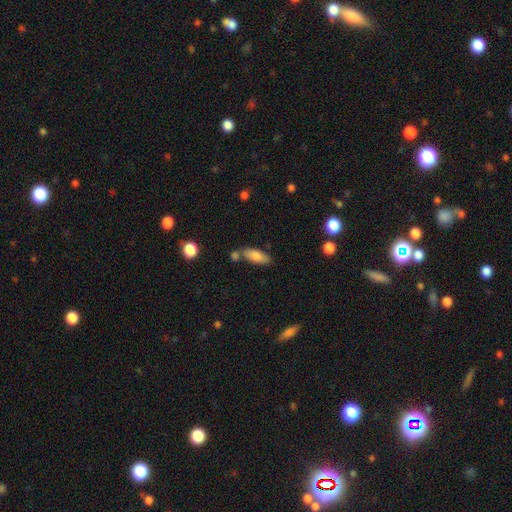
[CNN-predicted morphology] smooth-or-featured: smooth: 80% | featured or disk: 13% | star or artifact: 7%
  how-rounded: in between: 76% | cigar-shaped: 22% | round: 2%
  merging: none: 63% | merger: 18% | minor disturbance: 16% | major disturbance: 4%